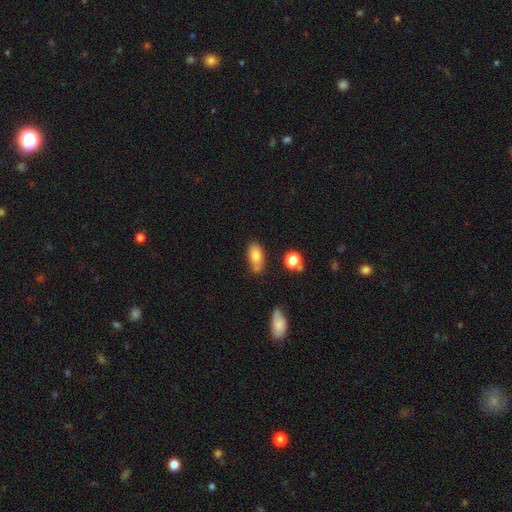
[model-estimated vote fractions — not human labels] smooth_or_featured: smooth (p=0.79) [alt: featured or disk p=0.12]
how_rounded: in between (p=0.88) [alt: cigar-shaped p=0.06]
merging: none (p=0.58) [alt: minor disturbance p=0.27]